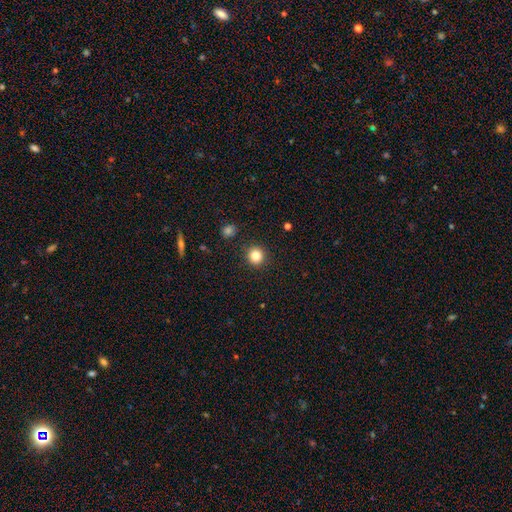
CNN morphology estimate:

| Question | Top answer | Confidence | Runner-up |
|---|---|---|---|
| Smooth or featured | smooth | 84% | star or artifact (11%) |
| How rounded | round | 92% | in between (7%) |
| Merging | none | 91% | minor disturbance (5%) |